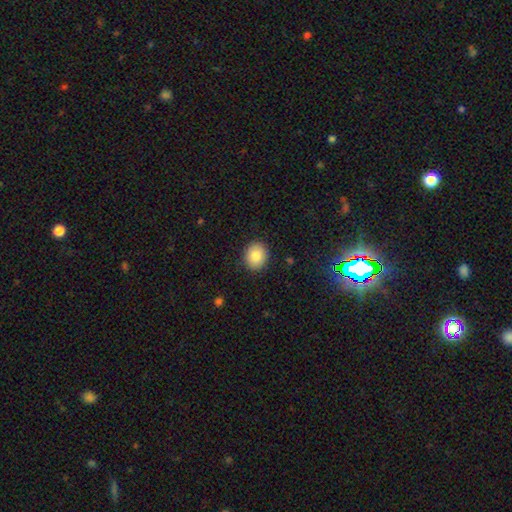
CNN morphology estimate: A smooth galaxy with no disk features (84%) that is round (63%). Merging: none (89%).